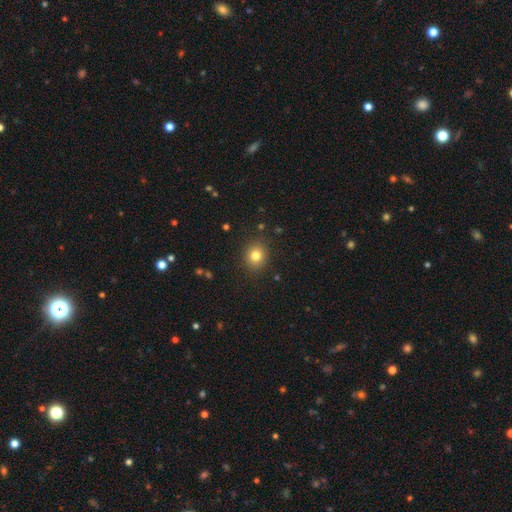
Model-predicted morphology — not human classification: Smooth or featured: smooth — 79% (star or artifact — 13%)
How rounded: round — 71% (in between — 28%)
Merging: none — 89% (minor disturbance — 8%)